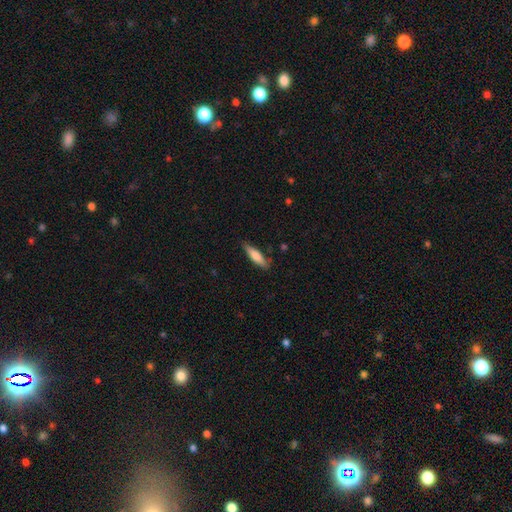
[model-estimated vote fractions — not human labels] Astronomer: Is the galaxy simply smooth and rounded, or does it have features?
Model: smooth — 71%.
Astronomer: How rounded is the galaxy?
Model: cigar-shaped — 71%.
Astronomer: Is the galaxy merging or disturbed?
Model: none — 80%.